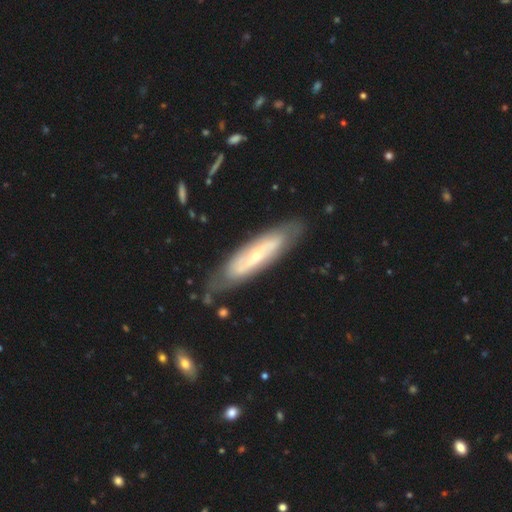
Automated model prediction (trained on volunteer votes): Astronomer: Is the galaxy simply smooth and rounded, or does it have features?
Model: featured or disk — 67%.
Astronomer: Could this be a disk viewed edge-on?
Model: no — 71%.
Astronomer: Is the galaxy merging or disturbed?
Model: none — 75%.